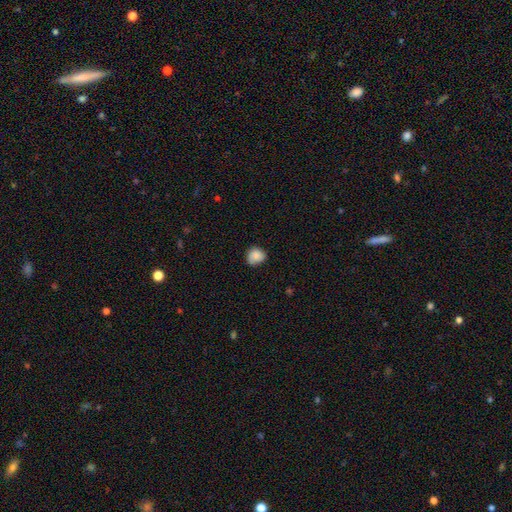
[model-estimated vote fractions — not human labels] A smooth galaxy with no disk features (84%) that is round (81%).

Vote fractions:
- Smooth or featured? smooth: 84% / featured or disk: 8% / star or artifact: 8%
- How rounded? round: 81% / in between: 18% / cigar-shaped: 1%
- Merging? none: 69% / minor disturbance: 25% / major disturbance: 5% / merger: 2%